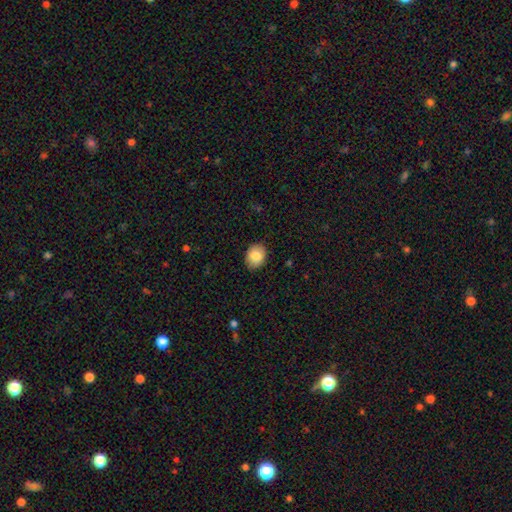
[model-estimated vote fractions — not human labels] Smooth or featured? smooth (84%)
How rounded? in between (58%)
Merging? none (88%)